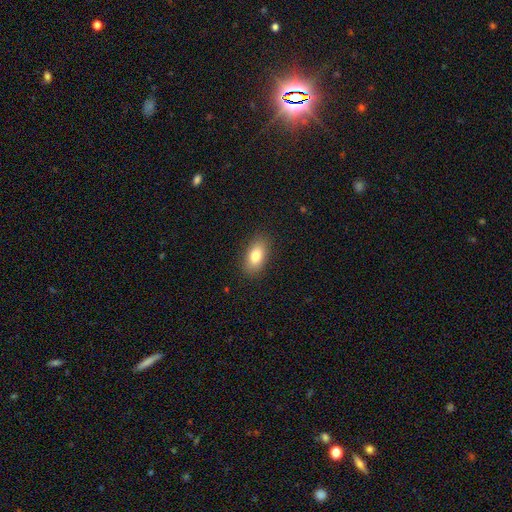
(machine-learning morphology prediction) Overall: smooth (81%). How rounded: in between (90%). Merging: none (87%).